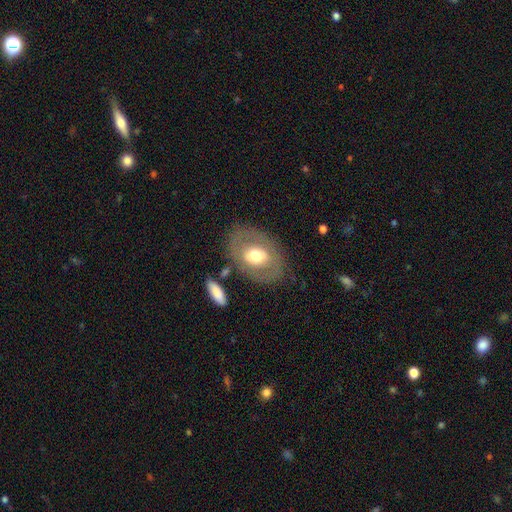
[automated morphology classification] smooth_or_featured: featured or disk (p=0.48) [alt: smooth p=0.45]
merging: none (p=0.76) [alt: minor disturbance p=0.13]